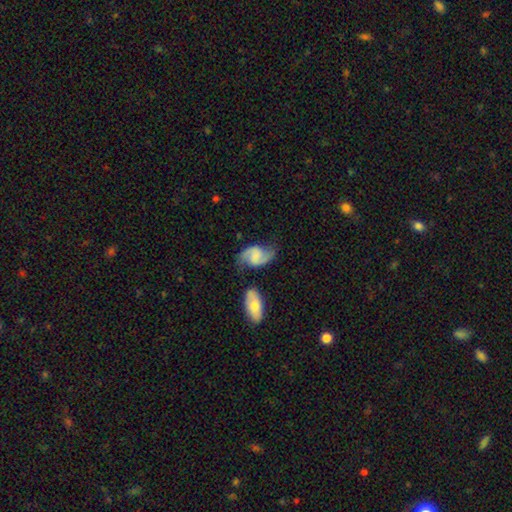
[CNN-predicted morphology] The model was most divided on "spiral winding" (2-way tie): medium: 44%, loose: 44%, tight: 12%. Remaining: edge-on disk — no (97%); spiral arms — yes (95%); spiral arm count — 2 (92%); smooth or featured — featured or disk (76%); merging — none (64%); bulge size — none (48%); bar — weak (46%).